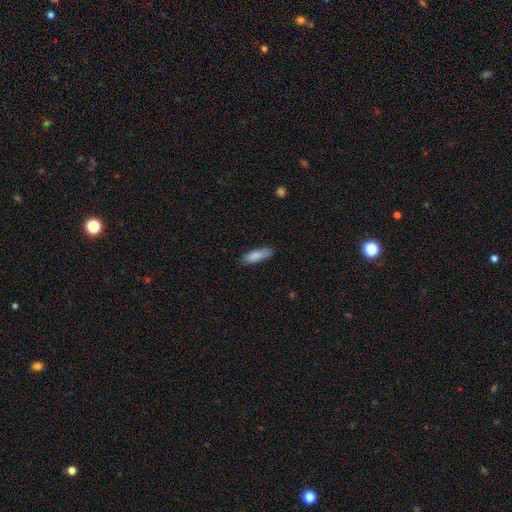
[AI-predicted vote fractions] Smooth or featured? smooth (85%)
How rounded? in between (51%)
Merging? none (79%)